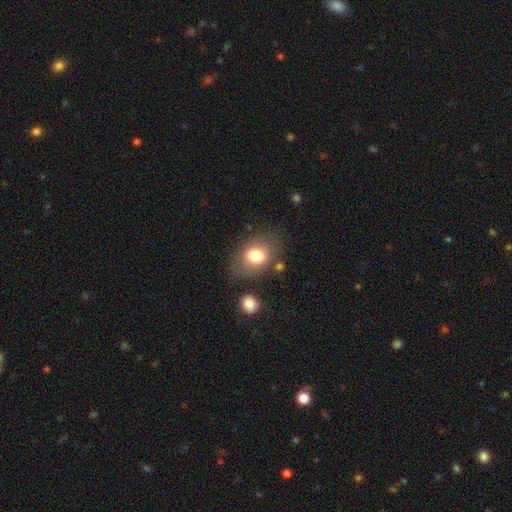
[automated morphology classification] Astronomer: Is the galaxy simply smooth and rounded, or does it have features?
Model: smooth — 78%.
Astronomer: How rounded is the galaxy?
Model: in between — 68%.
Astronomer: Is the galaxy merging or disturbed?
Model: none — 71%.